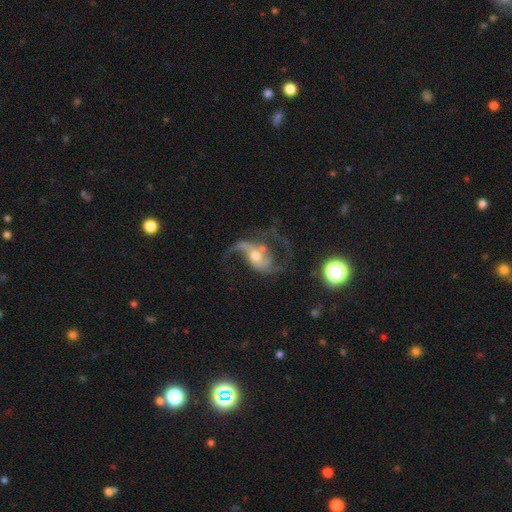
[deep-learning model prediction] Q: Smooth or featured?
A: featured or disk (86%); runner-up: star or artifact (7%)
Q: Edge-on disk?
A: no (97%); runner-up: yes (3%)
Q: Bar?
A: no (54%); runner-up: weak (33%)
Q: Spiral arms?
A: yes (95%); runner-up: no (5%)
Q: Spiral winding?
A: loose (67%); runner-up: medium (28%)
Q: Spiral arm count?
A: 2 (86%); runner-up: 1 (5%)
Q: Bulge size?
A: moderate (63%); runner-up: small (26%)
Q: Merging?
A: none (51%); runner-up: major disturbance (24%)